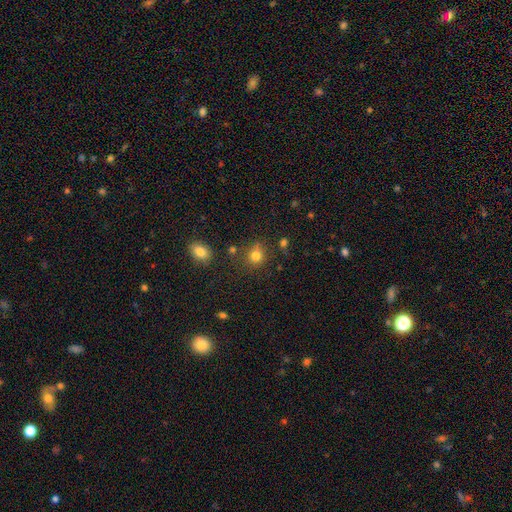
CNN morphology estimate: A smooth galaxy with no disk features (79%) that is round (79%).

Vote fractions:
- Smooth or featured? smooth: 79% / star or artifact: 14% / featured or disk: 7%
- How rounded? round: 79% / in between: 20% / cigar-shaped: 1%
- Merging? none: 69% / minor disturbance: 16% / merger: 9% / major disturbance: 6%